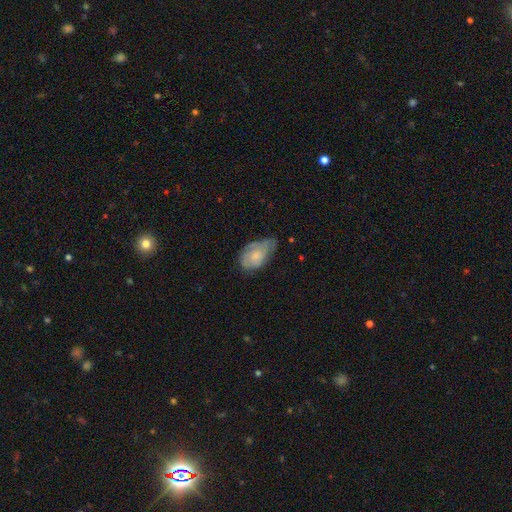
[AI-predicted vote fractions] A smooth galaxy with no disk features (62%) that is in between round and cigar-shaped (90%). Merging: minor disturbance (45%).